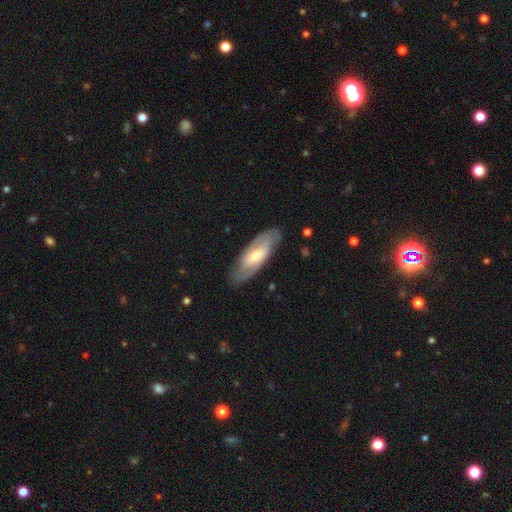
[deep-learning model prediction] This appears to be a featured or disk galaxy (65%) with no bar (43%), spiral arms (70%) and a moderate central bulge (53%). Merging: none (81%).